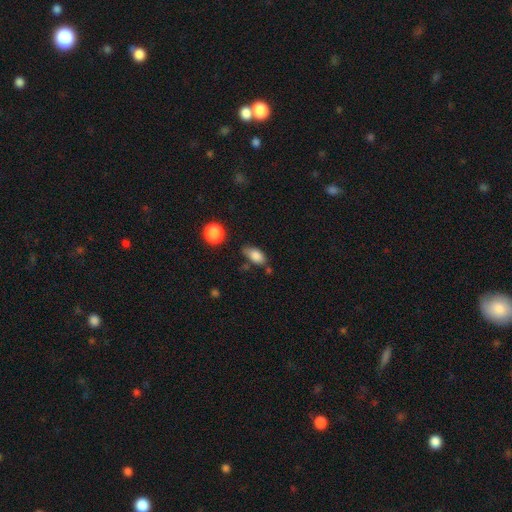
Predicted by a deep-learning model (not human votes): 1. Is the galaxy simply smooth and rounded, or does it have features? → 83% smooth, 9% star or artifact, 8% featured or disk.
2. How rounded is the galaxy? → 87% in between, 8% round, 5% cigar-shaped.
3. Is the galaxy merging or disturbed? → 62% none, 25% minor disturbance, 7% merger, 6% major disturbance.